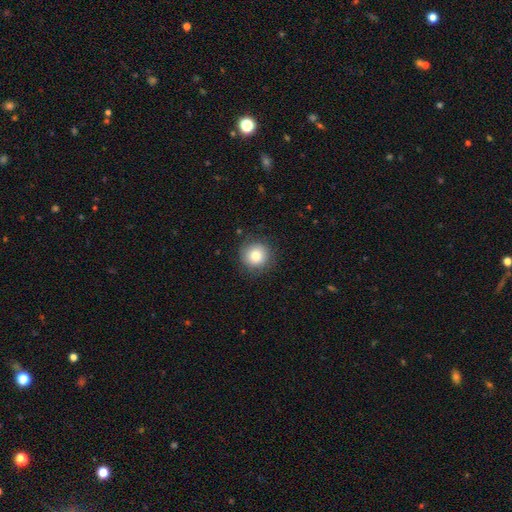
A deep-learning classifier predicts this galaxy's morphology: Smooth or featured: smooth — 80% (featured or disk — 10%)
How rounded: round — 94% (in between — 5%)
Merging: none — 85% (minor disturbance — 10%)